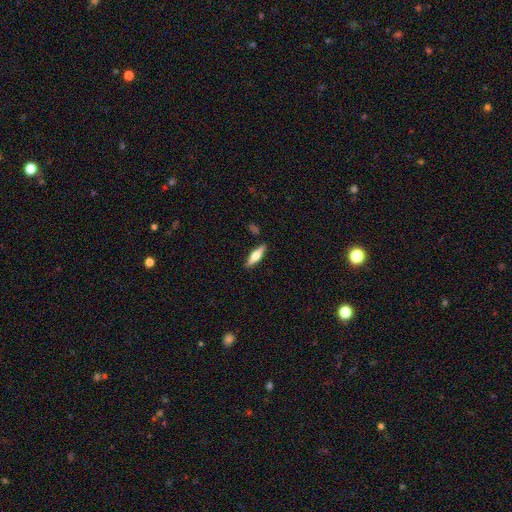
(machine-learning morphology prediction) smooth_or_featured: featured or disk (p=0.50) [alt: smooth p=0.44]
merging: none (p=0.87) [alt: minor disturbance p=0.09]